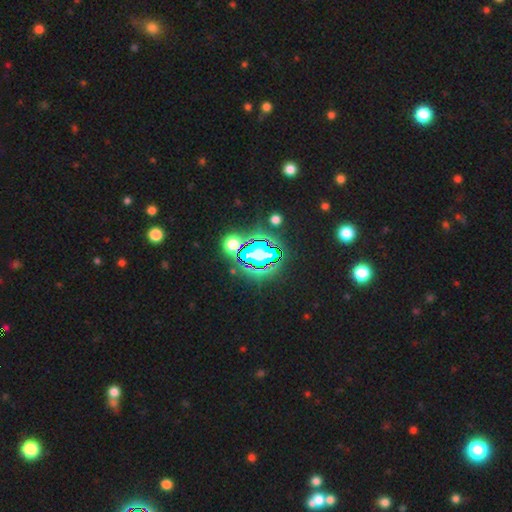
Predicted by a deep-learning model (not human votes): Overall: star or artifact (70%).